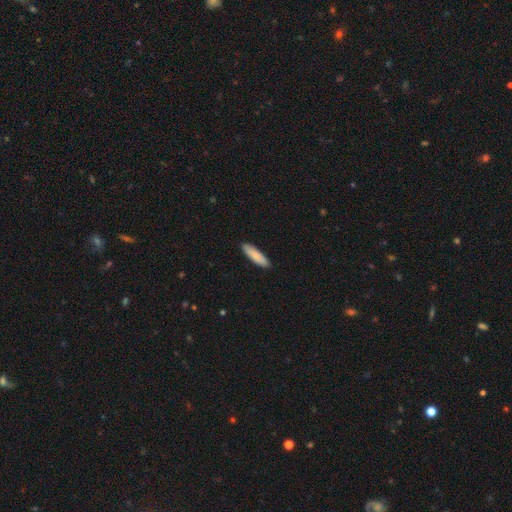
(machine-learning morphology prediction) smooth-or-featured: smooth: 83% | featured or disk: 11% | star or artifact: 5%
  how-rounded: cigar-shaped: 69% | in between: 29% | round: 1%
  merging: none: 90% | minor disturbance: 8% | major disturbance: 1% | merger: 1%